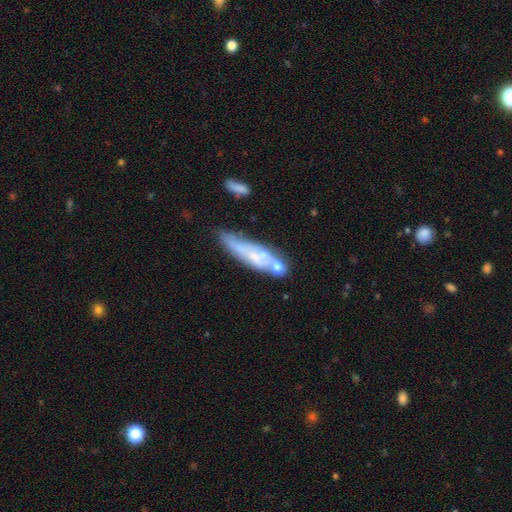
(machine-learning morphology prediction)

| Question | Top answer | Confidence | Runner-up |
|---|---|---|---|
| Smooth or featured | featured or disk | 47% | smooth (44%) |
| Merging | none | 44% | minor disturbance (24%) |